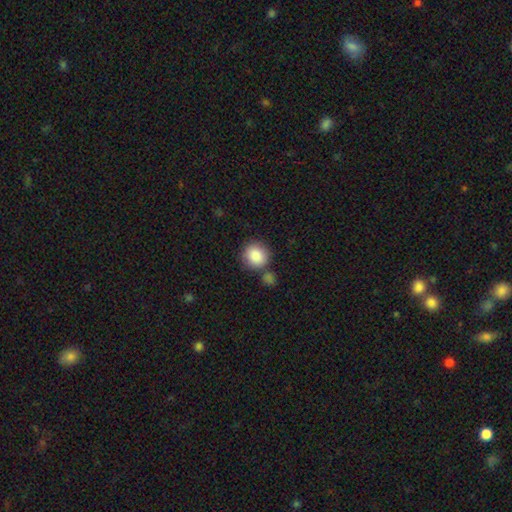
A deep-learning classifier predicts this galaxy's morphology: type=smooth (87%); roundness=round (89%); merging=none (72%).